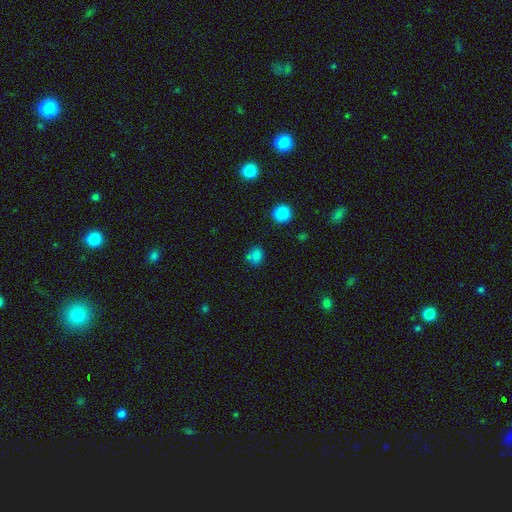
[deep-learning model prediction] Smooth or featured? Predicted: smooth (p=0.78). How rounded? Predicted: round (p=0.54). Merging? Predicted: none (p=0.62).